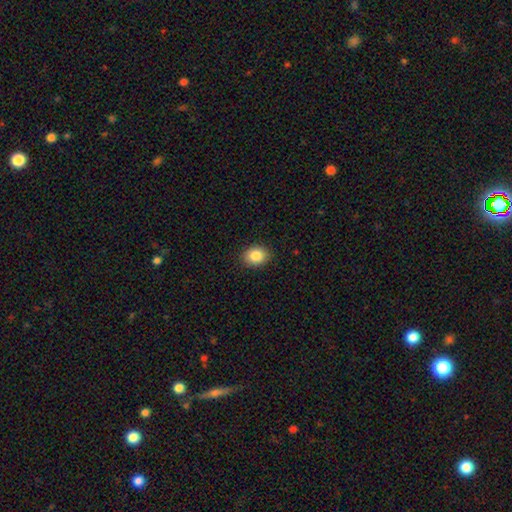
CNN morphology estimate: A smooth galaxy with no disk features (85%) that is in between round and cigar-shaped (52%).

Vote fractions:
- Smooth or featured? smooth: 85% / star or artifact: 9% / featured or disk: 6%
- How rounded? in between: 52% / round: 47% / cigar-shaped: 1%
- Merging? none: 89% / minor disturbance: 8% / major disturbance: 2% / merger: 1%